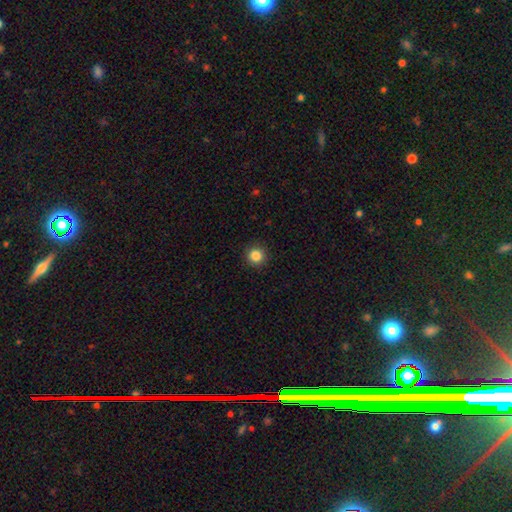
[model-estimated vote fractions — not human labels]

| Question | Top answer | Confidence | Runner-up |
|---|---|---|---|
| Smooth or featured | smooth | 85% | star or artifact (11%) |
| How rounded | round | 95% | in between (4%) |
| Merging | none | 92% | minor disturbance (5%) |